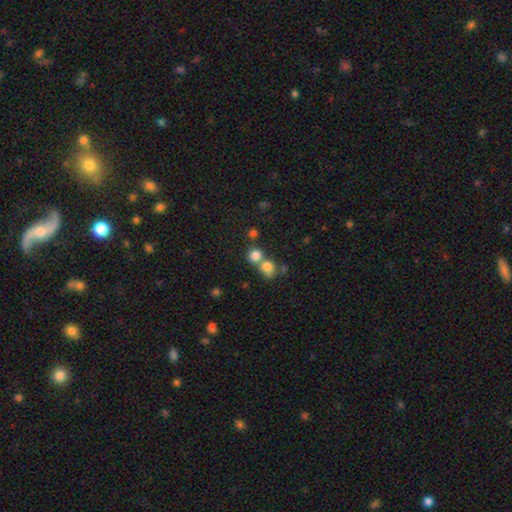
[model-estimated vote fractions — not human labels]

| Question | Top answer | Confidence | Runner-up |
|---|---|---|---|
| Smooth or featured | smooth | 79% | star or artifact (12%) |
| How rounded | round | 83% | in between (16%) |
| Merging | none | 46% | merger (45%) |